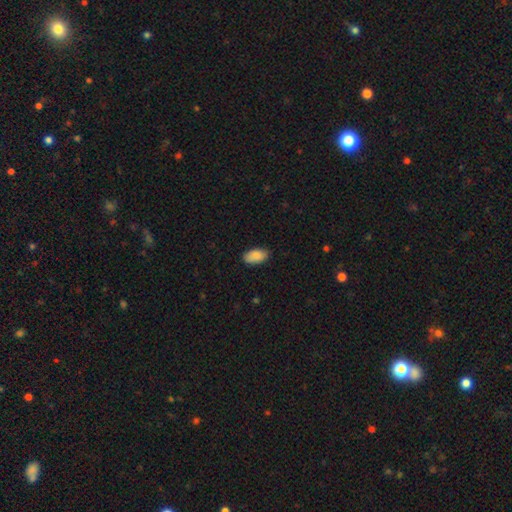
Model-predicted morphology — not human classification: This appears to be a smooth galaxy with no disk features (87%) that is in between round and cigar-shaped (95%). Merging: none (86%).